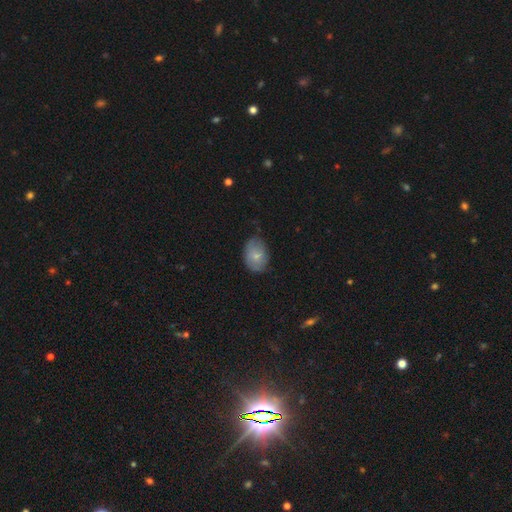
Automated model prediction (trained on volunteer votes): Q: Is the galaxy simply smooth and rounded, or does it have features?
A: smooth — 72%.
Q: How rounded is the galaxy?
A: in between — 76%.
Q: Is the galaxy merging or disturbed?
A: none — 65%.